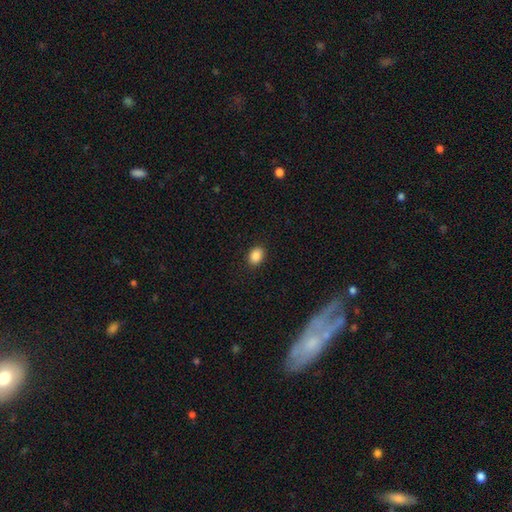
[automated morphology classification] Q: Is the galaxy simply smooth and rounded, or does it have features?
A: smooth — 88%.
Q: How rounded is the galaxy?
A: in between — 71%.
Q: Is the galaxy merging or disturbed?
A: none — 90%.